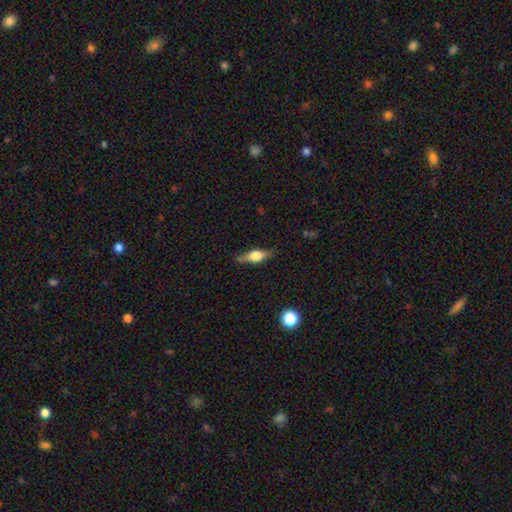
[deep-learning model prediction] smooth_or_featured: featured or disk (p=0.46) [tied with: smooth p=0.46]
merging: none (p=0.76) [alt: minor disturbance p=0.18]